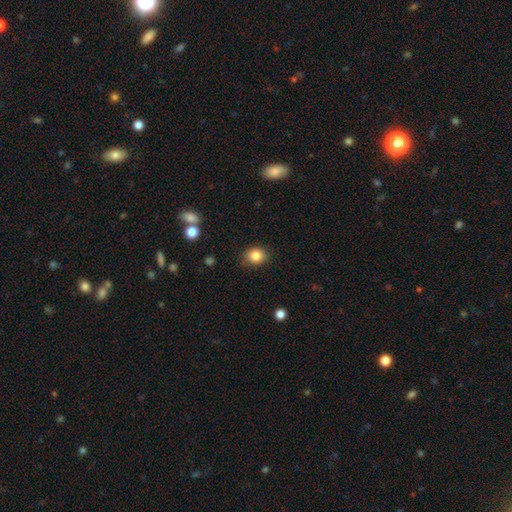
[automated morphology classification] smooth-or-featured: smooth: 84% | star or artifact: 10% | featured or disk: 6%
  how-rounded: round: 58% | in between: 41% | cigar-shaped: 1%
  merging: none: 83% | minor disturbance: 13% | major disturbance: 3% | merger: 1%